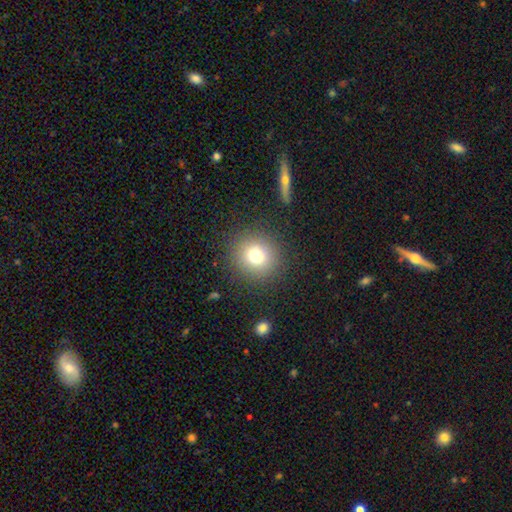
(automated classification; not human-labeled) A smooth galaxy with no disk features (75%) that is round (92%). Merging: none (89%).